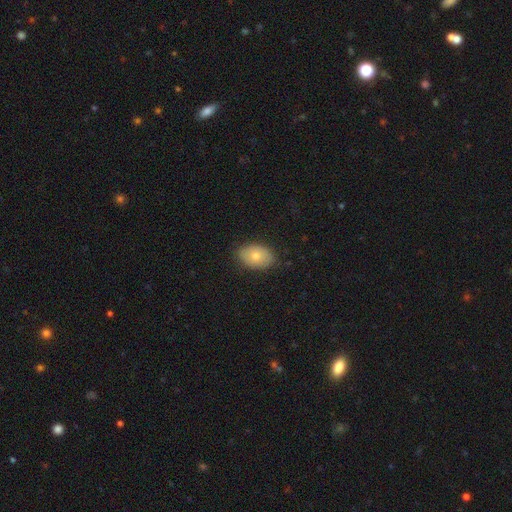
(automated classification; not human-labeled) smooth-or-featured: smooth: 71% | featured or disk: 20% | star or artifact: 8%
  how-rounded: in between: 84% | round: 15% | cigar-shaped: 1%
  merging: none: 86% | minor disturbance: 11% | major disturbance: 2% | merger: 1%